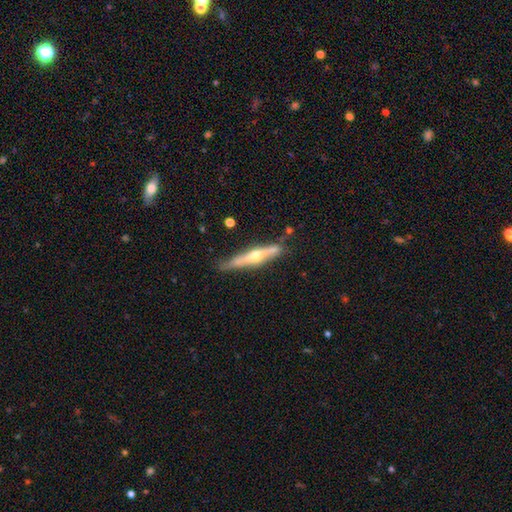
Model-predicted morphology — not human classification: Overall: featured or disk (67%). Edge-on disk: yes (95%). Edge-on bulge: rounded (89%). Merging: none (74%).